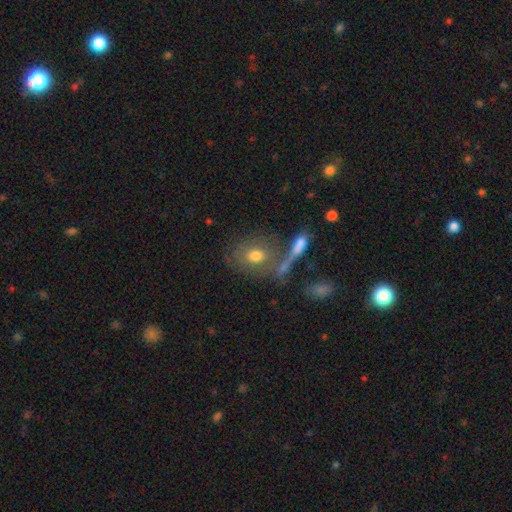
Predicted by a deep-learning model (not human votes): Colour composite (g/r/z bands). It shows a smooth galaxy with no disk features (64%) that is in between round and cigar-shaped (51%). Merging: none (49%).